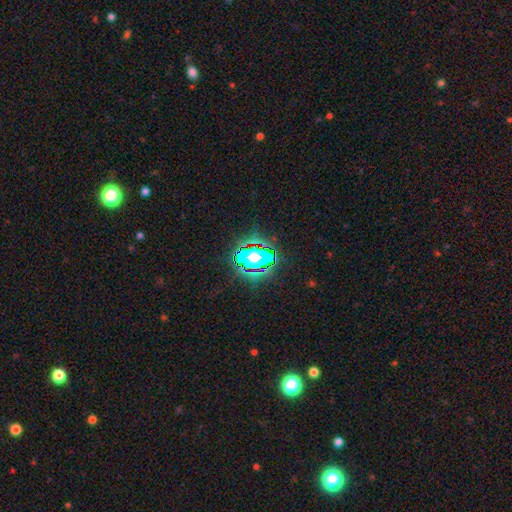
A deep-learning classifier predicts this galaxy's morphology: This appears to be a star or artifact, not a galaxy (50%).